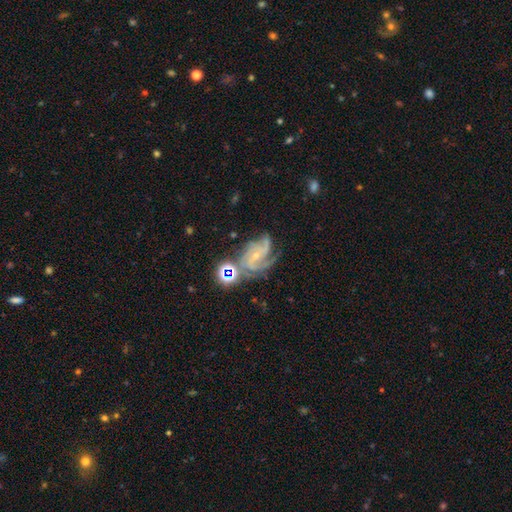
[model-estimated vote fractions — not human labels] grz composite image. It shows a featured or disk galaxy (85%) with no bar (63%), 3 (49%) tight (49%) spiral arms (98%) and a small central bulge (73%). Merging: none (56%).